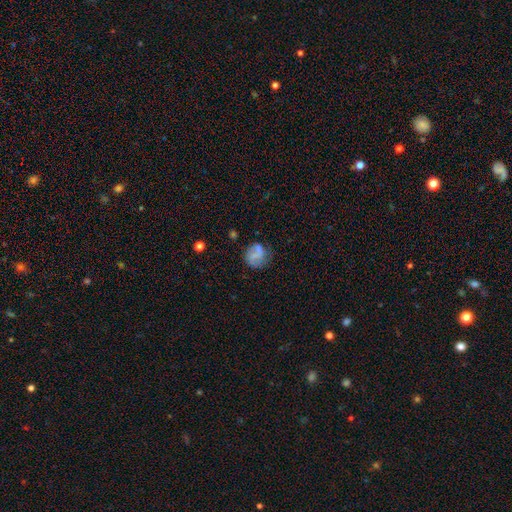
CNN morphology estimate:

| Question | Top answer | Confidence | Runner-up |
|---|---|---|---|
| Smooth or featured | smooth | 54% | featured or disk (35%) |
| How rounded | round | 76% | in between (23%) |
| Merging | none | 57% | minor disturbance (23%) |